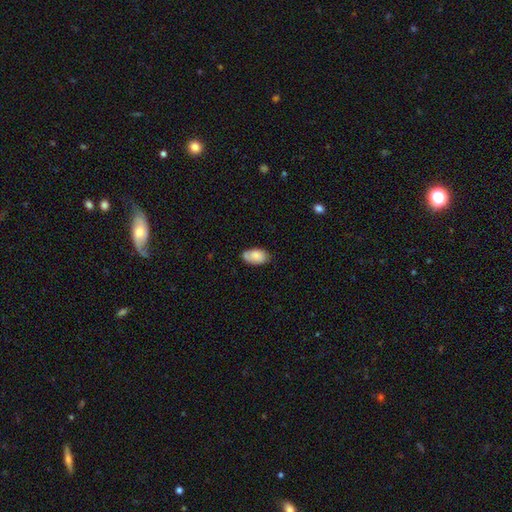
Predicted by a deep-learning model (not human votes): smooth_or_featured: smooth (p=0.80) [alt: featured or disk p=0.13]
how_rounded: in between (p=0.94) [alt: round p=0.04]
merging: none (p=0.67) [alt: minor disturbance p=0.25]